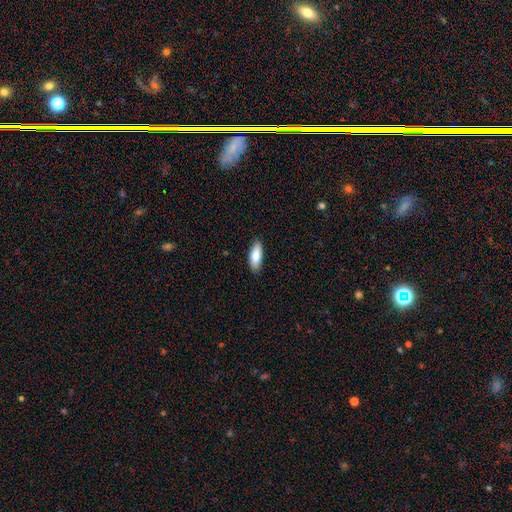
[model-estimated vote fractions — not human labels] This is clearly a smooth galaxy (83%). How rounded: likely in between (75%). Merging: clearly none (86%).